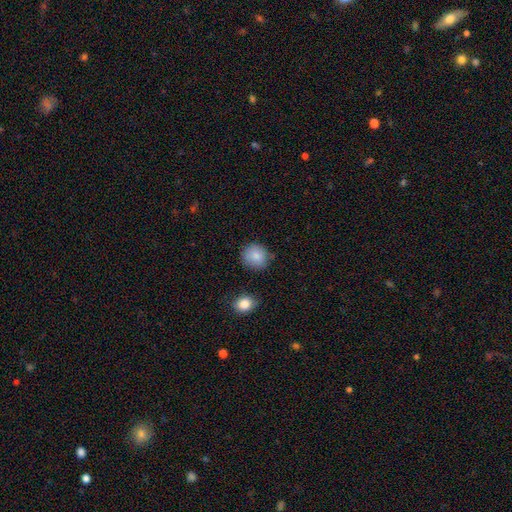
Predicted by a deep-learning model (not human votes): Smooth or featured? Predicted: smooth (p=0.85). How rounded? Predicted: round (p=0.87). Merging? Predicted: none (p=0.82).